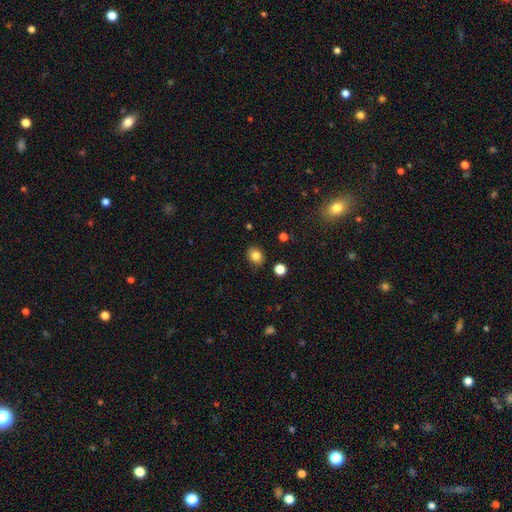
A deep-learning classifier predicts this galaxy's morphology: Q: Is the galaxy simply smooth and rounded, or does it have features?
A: smooth — 82%.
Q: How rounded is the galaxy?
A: round — 62%.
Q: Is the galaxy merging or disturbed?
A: none — 87%.